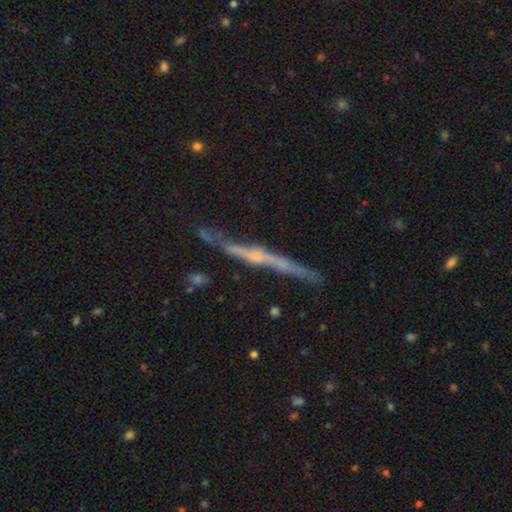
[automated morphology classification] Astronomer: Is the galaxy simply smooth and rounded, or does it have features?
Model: featured or disk — 76%.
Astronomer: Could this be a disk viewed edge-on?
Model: yes — 94%.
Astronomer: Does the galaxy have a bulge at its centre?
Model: rounded — 64%.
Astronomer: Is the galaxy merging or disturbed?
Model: none — 70%.